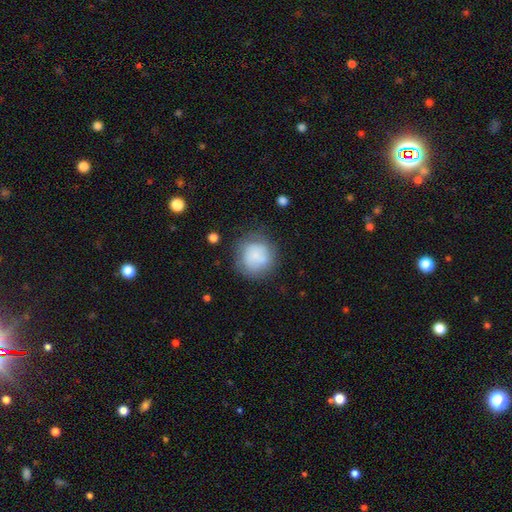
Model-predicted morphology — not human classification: This appears to be a smooth galaxy with no disk features (73%) that is round (89%). Merging: none (65%).